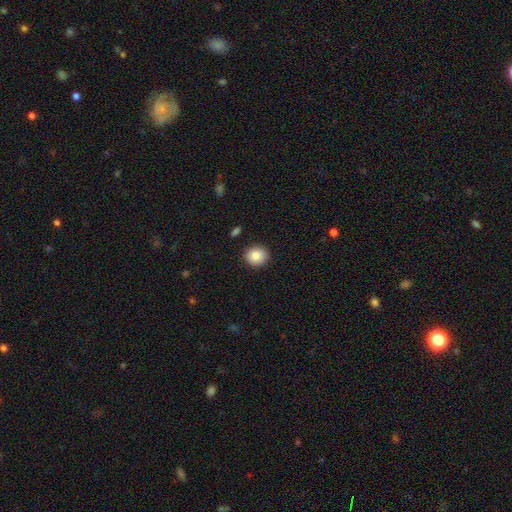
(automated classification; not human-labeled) Smooth or featured?
  - smooth: 85% *
  - star or artifact: 8%
  - featured or disk: 7%
How rounded?
  - round: 82% *
  - in between: 17%
  - cigar-shaped: 1%
Merging?
  - none: 90% *
  - minor disturbance: 6%
  - major disturbance: 2%
  - merger: 1%